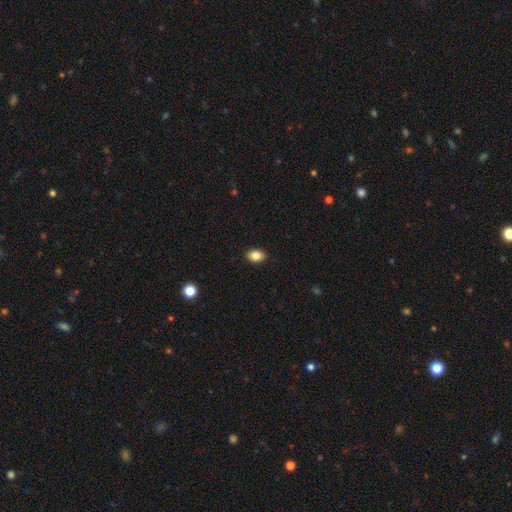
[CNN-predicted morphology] Overall: smooth (85%). How rounded: in between (82%). Merging: none (90%).